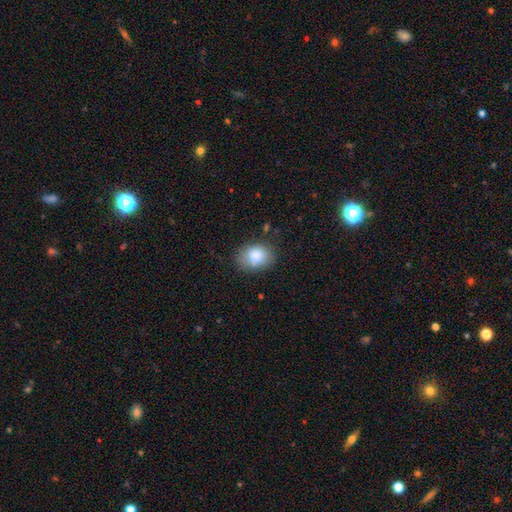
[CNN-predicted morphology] Overall: smooth (84%). How rounded: in between (67%; round 32%). Merging: none (70%).